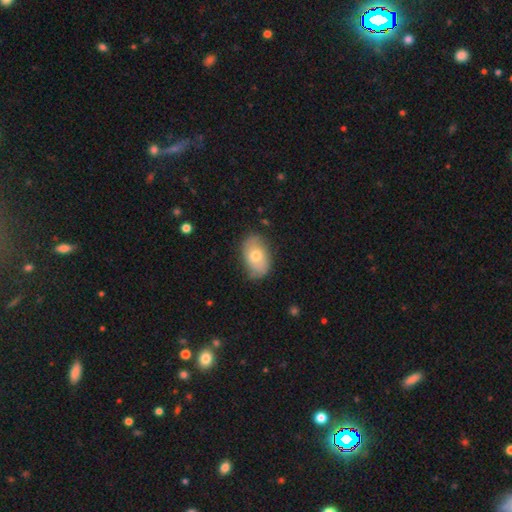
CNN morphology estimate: Overall: smooth (67%). How rounded: in between (87%). Merging: none (74%).